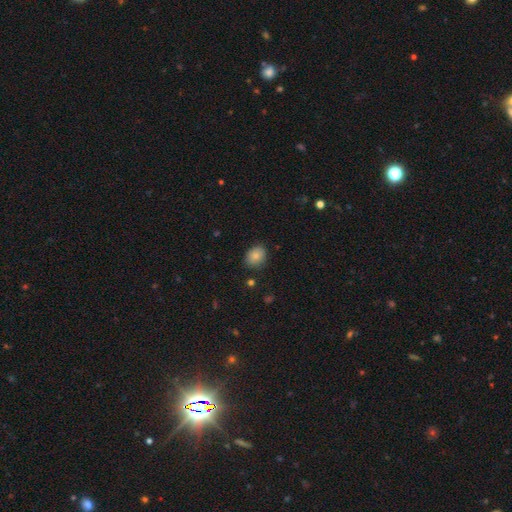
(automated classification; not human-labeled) smooth-or-featured: smooth: 85% | star or artifact: 9% | featured or disk: 6%
  how-rounded: in between: 59% | round: 40% | cigar-shaped: 1%
  merging: none: 83% | minor disturbance: 13% | major disturbance: 3% | merger: 2%